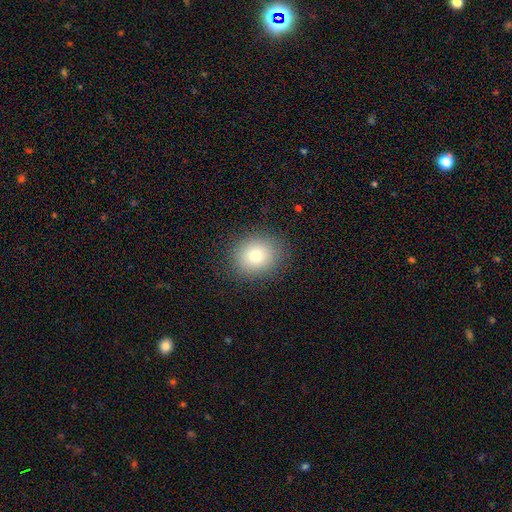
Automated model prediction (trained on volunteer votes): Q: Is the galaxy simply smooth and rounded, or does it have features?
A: smooth — 77%.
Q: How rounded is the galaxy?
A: round — 70%.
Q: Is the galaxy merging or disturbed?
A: none — 88%.